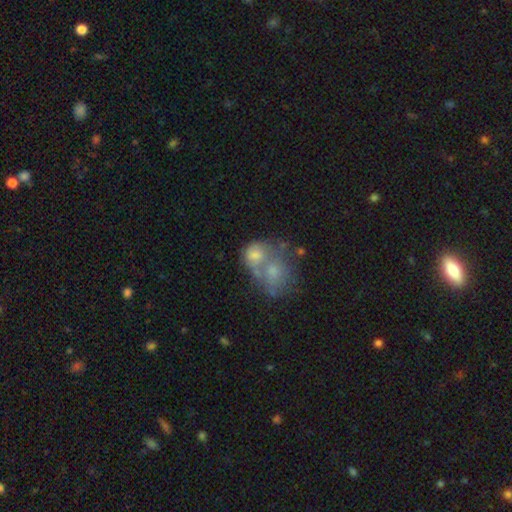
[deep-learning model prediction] A smooth galaxy with no disk features (61%) that is round (52%).

Vote fractions:
- Smooth or featured? smooth: 61% / featured or disk: 28% / star or artifact: 11%
- How rounded? round: 52% / in between: 47% / cigar-shaped: 1%
- Merging? merger: 67% / none: 17% / minor disturbance: 8% / major disturbance: 8%